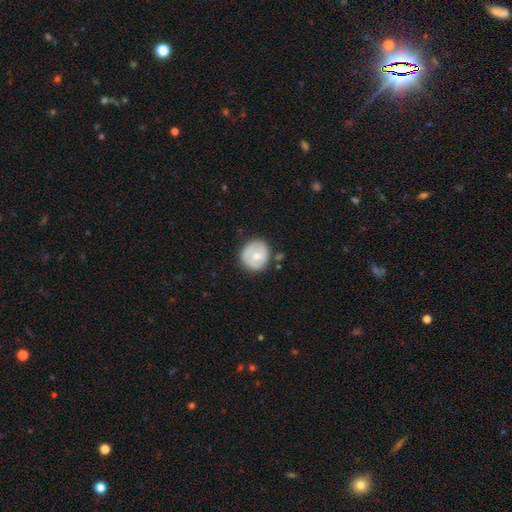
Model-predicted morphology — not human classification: smooth-or-featured: smooth: 61% | featured or disk: 33% | star or artifact: 6%
  how-rounded: round: 85% | in between: 14% | cigar-shaped: 1%
  merging: none: 72% | minor disturbance: 19% | major disturbance: 5% | merger: 4%